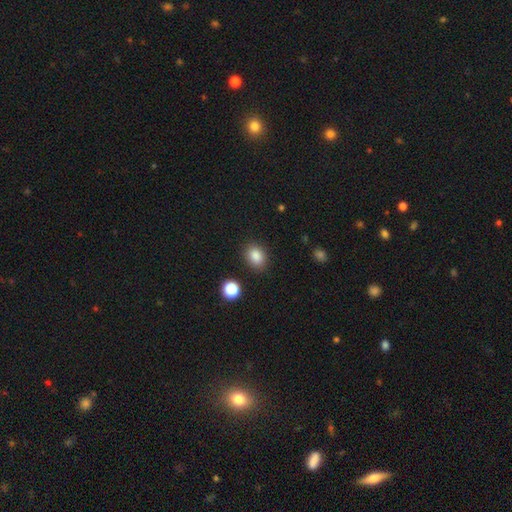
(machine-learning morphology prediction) Smooth or featured? smooth (85%)
How rounded? in between (66%)
Merging? none (85%)